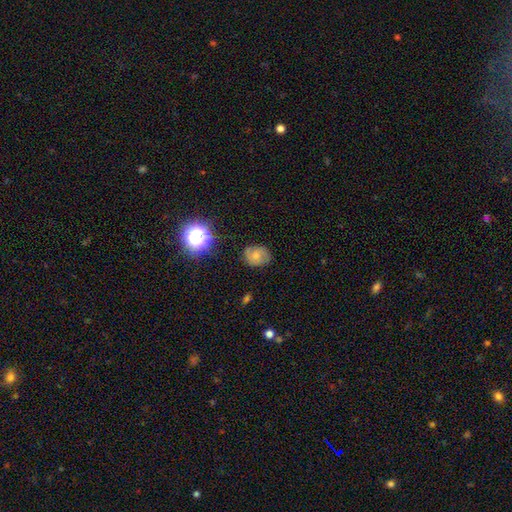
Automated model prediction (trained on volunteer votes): Morphology: type=smooth (62%); roundness=round (59%); merging=none (73%).